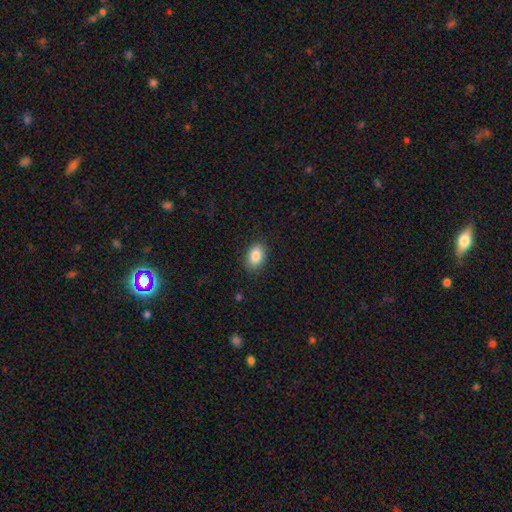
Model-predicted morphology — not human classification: smooth_or_featured: smooth (p=0.85) [alt: star or artifact p=0.08]
how_rounded: in between (p=0.83) [alt: round p=0.16]
merging: none (p=0.87) [alt: minor disturbance p=0.10]